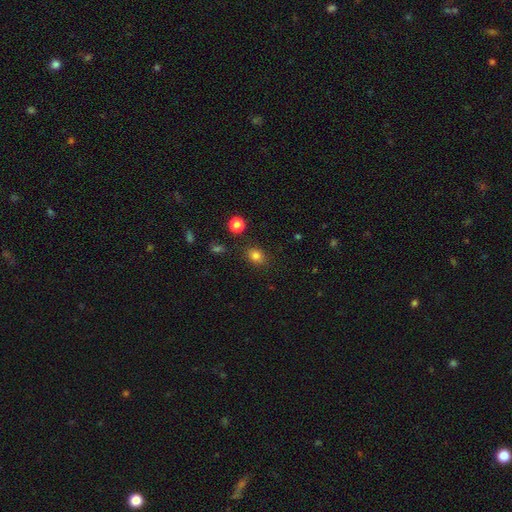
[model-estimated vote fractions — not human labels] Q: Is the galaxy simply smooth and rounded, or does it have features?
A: smooth — 81%.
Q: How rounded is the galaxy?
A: round — 57%.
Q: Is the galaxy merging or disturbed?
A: none — 84%.